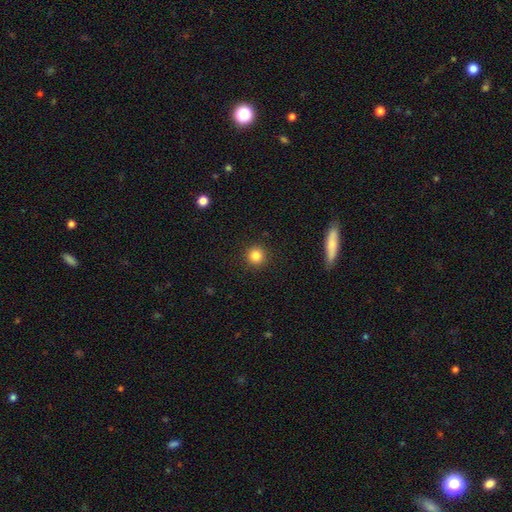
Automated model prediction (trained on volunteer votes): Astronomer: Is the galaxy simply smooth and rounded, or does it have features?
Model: smooth — 84%.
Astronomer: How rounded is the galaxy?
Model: round — 94%.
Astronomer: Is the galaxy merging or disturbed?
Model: none — 92%.